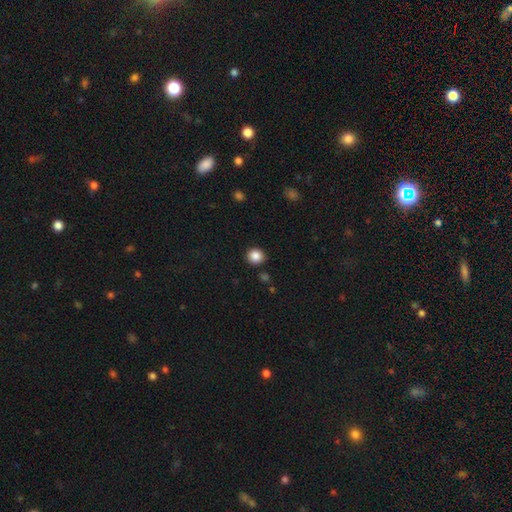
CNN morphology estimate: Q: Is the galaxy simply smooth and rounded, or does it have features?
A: smooth — 86%.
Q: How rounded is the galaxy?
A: round — 90%.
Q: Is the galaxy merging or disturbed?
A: none — 91%.